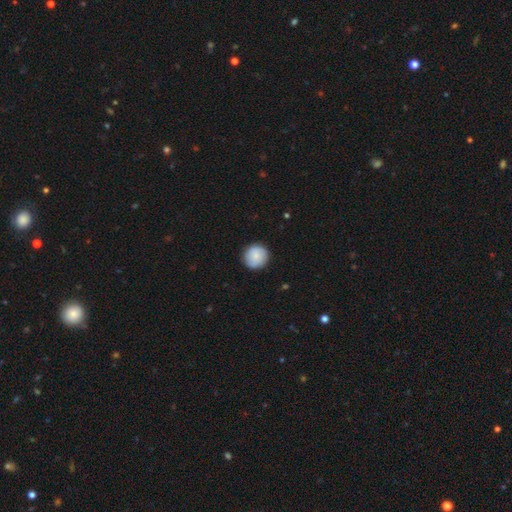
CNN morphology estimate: The model was most divided on "smooth or featured": smooth: 79%, featured or disk: 15%, star or artifact: 7%. More confident: how rounded — round (92%); merging — none (88%).